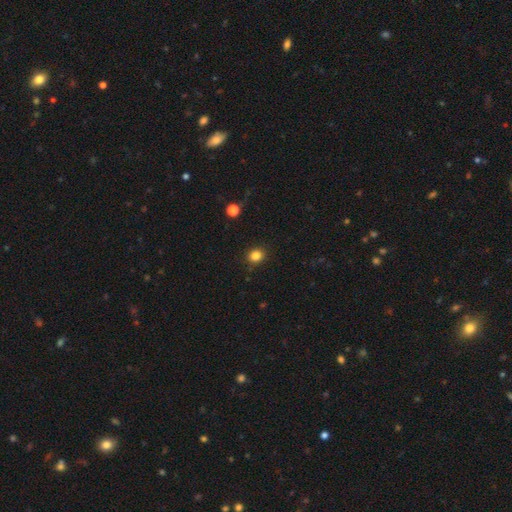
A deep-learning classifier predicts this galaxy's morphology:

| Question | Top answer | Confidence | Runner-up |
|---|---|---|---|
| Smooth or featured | smooth | 84% | star or artifact (12%) |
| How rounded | round | 78% | in between (21%) |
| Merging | none | 89% | minor disturbance (7%) |